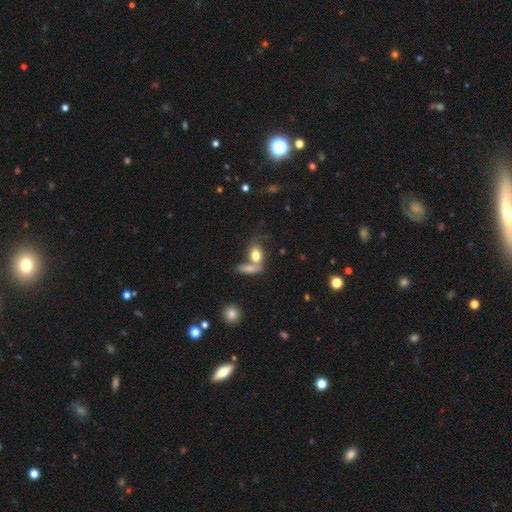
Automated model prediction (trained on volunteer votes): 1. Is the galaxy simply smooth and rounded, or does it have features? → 75% smooth, 17% featured or disk, 8% star or artifact.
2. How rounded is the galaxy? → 70% in between, 24% round, 7% cigar-shaped.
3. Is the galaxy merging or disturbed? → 47% merger, 33% none, 12% minor disturbance, 9% major disturbance.